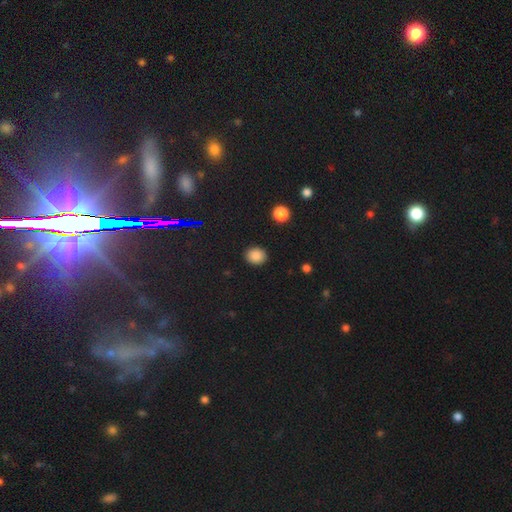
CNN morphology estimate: A smooth galaxy with no disk features (85%) that is round (66%). Merging: none (90%).